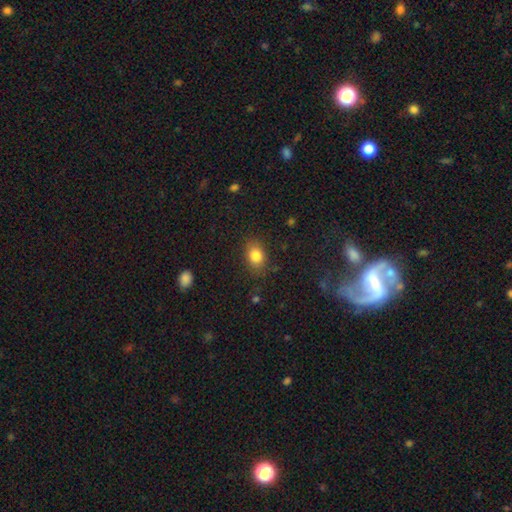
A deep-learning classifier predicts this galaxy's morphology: This appears to be a smooth galaxy with no disk features (83%) that is in between round and cigar-shaped (64%). Merging: none (83%).